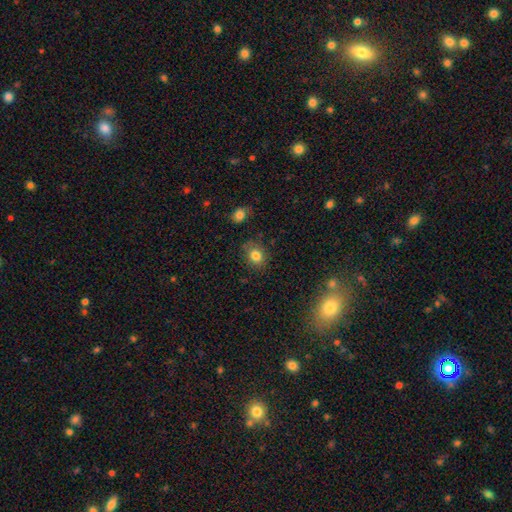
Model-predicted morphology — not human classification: type=smooth (82%); roundness=round (61%); merging=none (79%).